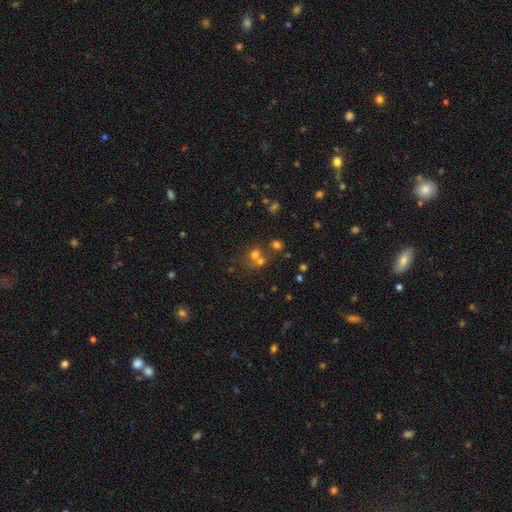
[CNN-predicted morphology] This appears to be a smooth galaxy with no disk features (55%) that is round (82%). Merging: none (49%).